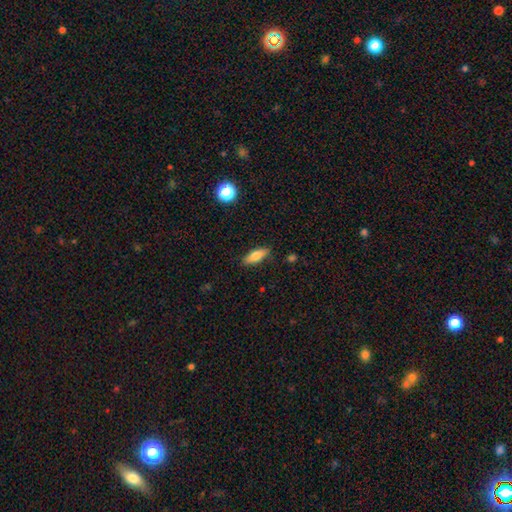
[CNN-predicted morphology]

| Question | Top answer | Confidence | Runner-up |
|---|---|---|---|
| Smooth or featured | smooth | 77% | featured or disk (16%) |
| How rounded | in between | 60% | cigar-shaped (37%) |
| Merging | none | 85% | minor disturbance (11%) |